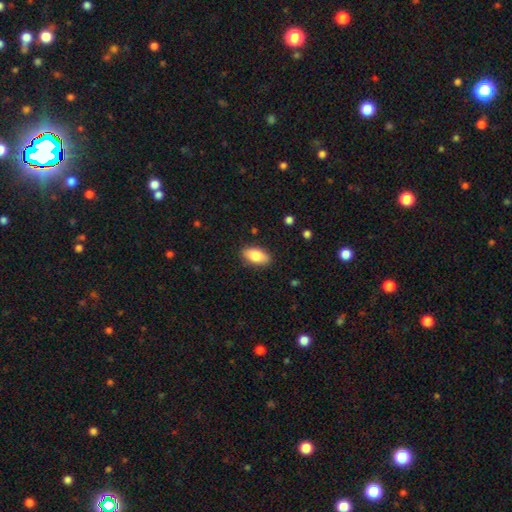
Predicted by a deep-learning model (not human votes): Smooth or featured?
  - smooth: 83% *
  - featured or disk: 10%
  - star or artifact: 7%
How rounded?
  - in between: 90% *
  - cigar-shaped: 6%
  - round: 4%
Merging?
  - none: 88% *
  - minor disturbance: 9%
  - major disturbance: 2%
  - merger: 1%